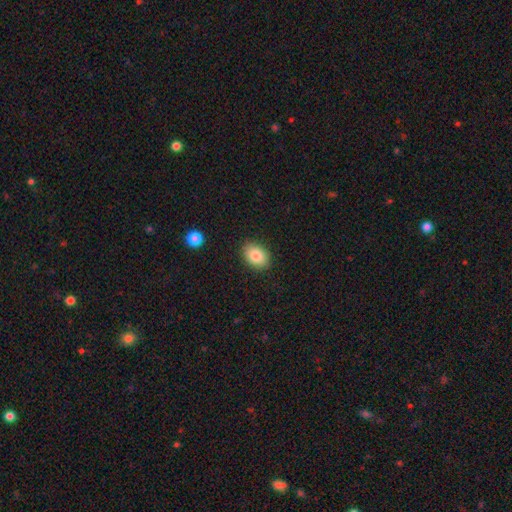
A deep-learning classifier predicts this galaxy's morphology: type=smooth (85%); roundness=in between (81%); merging=none (88%).